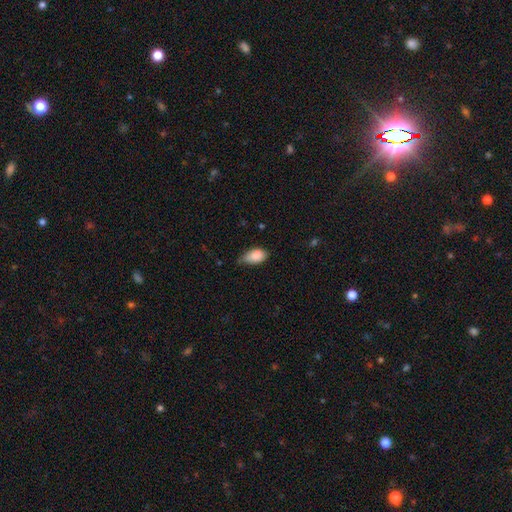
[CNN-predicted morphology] Q: Smooth or featured?
A: smooth (87%); runner-up: star or artifact (7%)
Q: How rounded?
A: in between (92%); runner-up: round (6%)
Q: Merging?
A: minor disturbance (45%); tied with: none (45%)